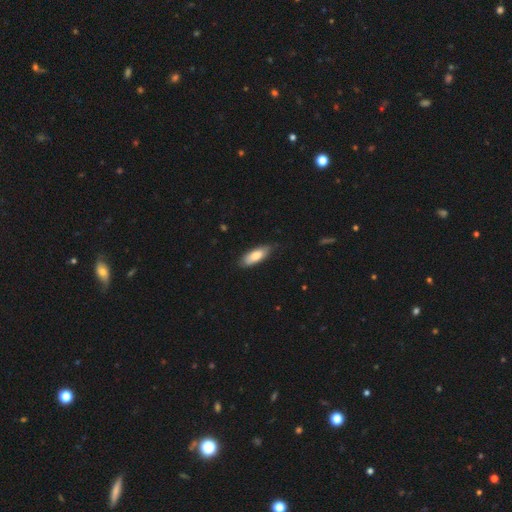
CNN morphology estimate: smooth_or_featured: smooth (p=0.76) [alt: featured or disk p=0.18]
how_rounded: in between (p=0.75) [alt: cigar-shaped p=0.23]
merging: none (p=0.74) [alt: minor disturbance p=0.22]